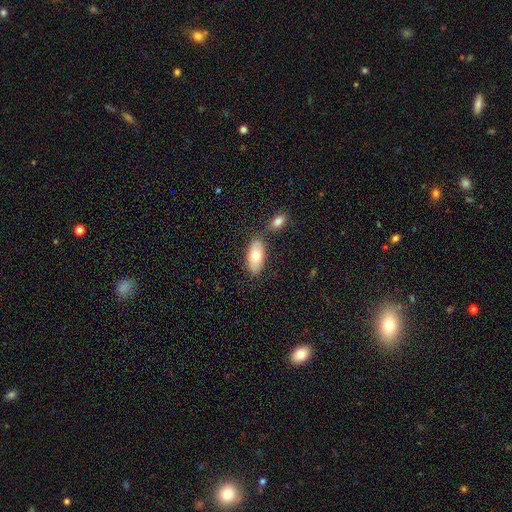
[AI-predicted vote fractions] Smooth or featured: smooth — 74% (featured or disk — 20%)
How rounded: in between — 92% (cigar-shaped — 5%)
Merging: none — 72% (merger — 13%)